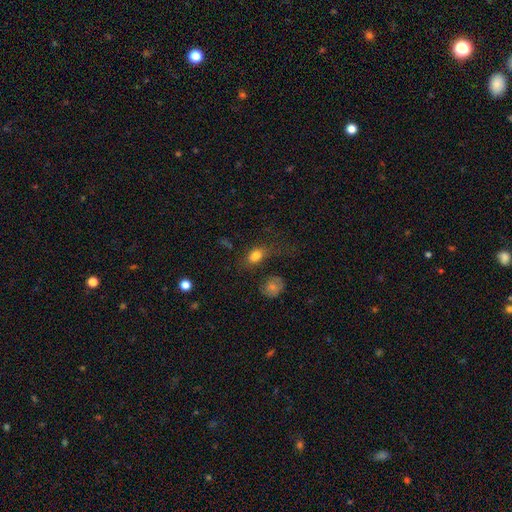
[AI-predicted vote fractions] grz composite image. It shows a smooth galaxy with no disk features (80%) that is in between round and cigar-shaped (78%). Merging: none (62%).